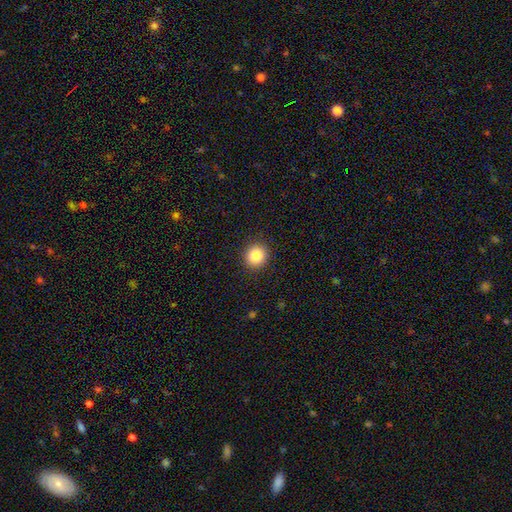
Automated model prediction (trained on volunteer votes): This appears to be a smooth galaxy with no disk features (86%) that is round (86%). Merging: none (91%).